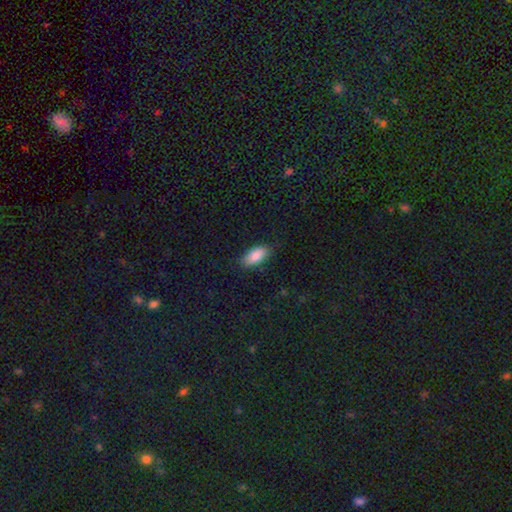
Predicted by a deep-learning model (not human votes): Smooth or featured? smooth (85%)
How rounded? in between (89%)
Merging? none (83%)